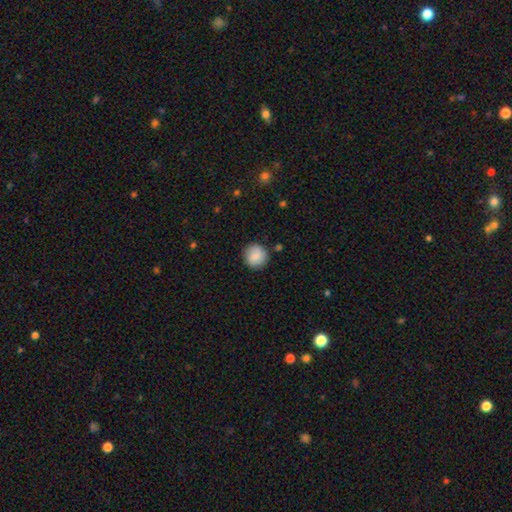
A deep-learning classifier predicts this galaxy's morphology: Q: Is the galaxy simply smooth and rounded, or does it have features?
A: smooth — 84%.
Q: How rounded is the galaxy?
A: round — 93%.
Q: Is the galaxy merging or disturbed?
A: none — 87%.